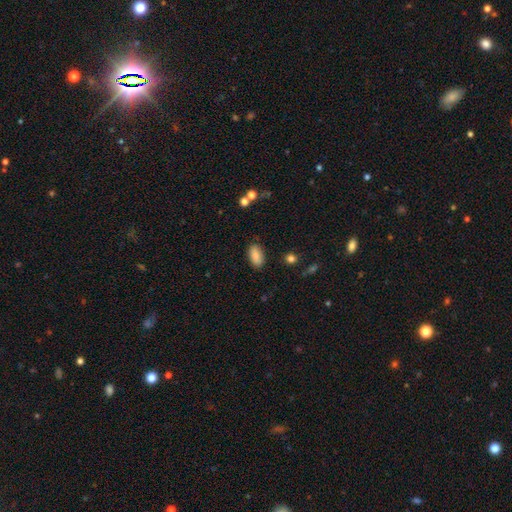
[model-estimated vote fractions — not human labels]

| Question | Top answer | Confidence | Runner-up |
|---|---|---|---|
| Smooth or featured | smooth | 86% | star or artifact (8%) |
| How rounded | in between | 90% | cigar-shaped (7%) |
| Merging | none | 85% | minor disturbance (10%) |